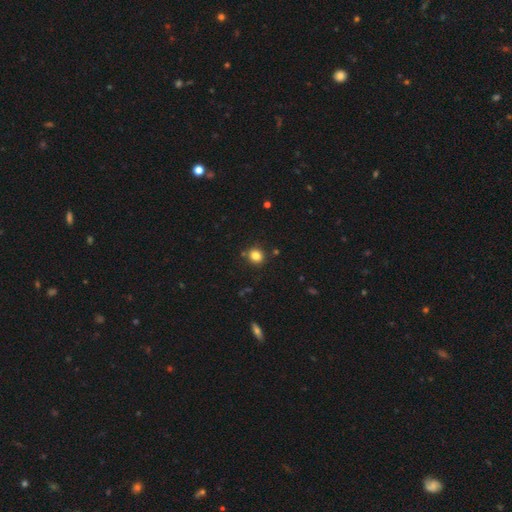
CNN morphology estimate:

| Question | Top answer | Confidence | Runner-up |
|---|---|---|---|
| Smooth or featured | smooth | 83% | star or artifact (12%) |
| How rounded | round | 82% | in between (17%) |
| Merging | none | 84% | minor disturbance (9%) |